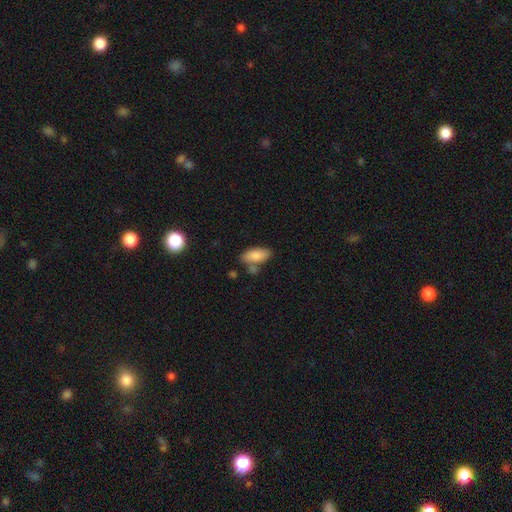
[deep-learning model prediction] Smooth or featured: smooth — 82% (featured or disk — 11%)
How rounded: in between — 87% (cigar-shaped — 10%)
Merging: none — 62% (minor disturbance — 18%)